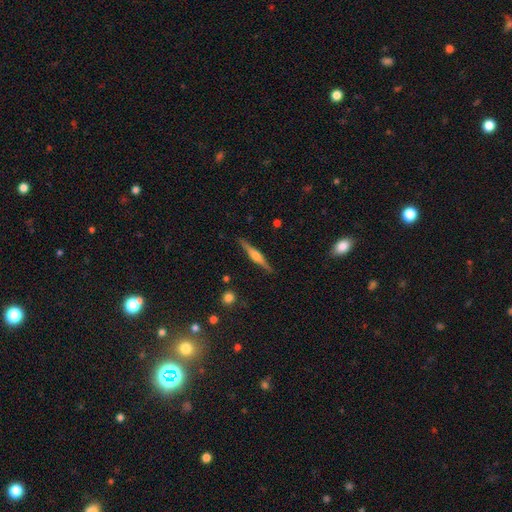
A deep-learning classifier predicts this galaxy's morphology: Q: Smooth or featured?
A: featured or disk (71%); runner-up: smooth (23%)
Q: Edge-on disk?
A: yes (98%); runner-up: no (2%)
Q: Edge-on bulge?
A: rounded (84%); runner-up: boxy (10%)
Q: Merging?
A: none (89%); runner-up: minor disturbance (8%)